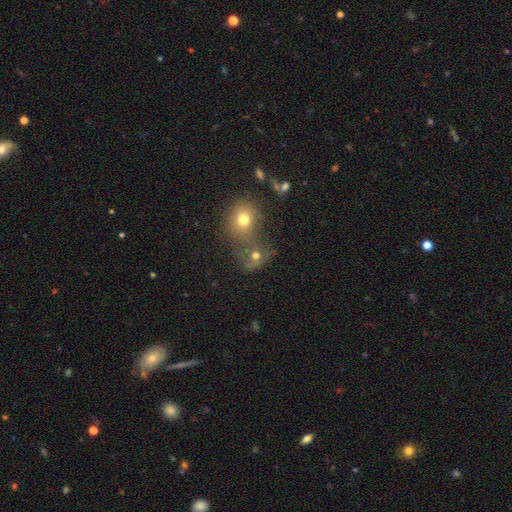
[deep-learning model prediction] smooth-or-featured: smooth: 65% | star or artifact: 18% | featured or disk: 17%
  how-rounded: round: 66% | in between: 33% | cigar-shaped: 2%
  merging: merger: 57% | none: 26% | major disturbance: 9% | minor disturbance: 8%